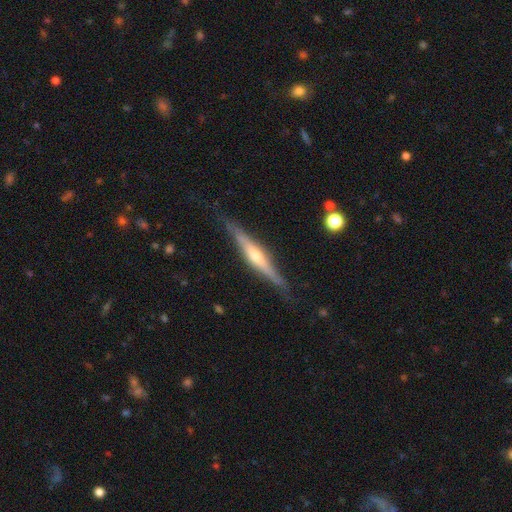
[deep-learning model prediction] The model was most divided on "smooth or featured": featured or disk: 72%, smooth: 23%, star or artifact: 6%. More confident: edge-on disk — yes (97%); merging — none (84%); edge-on bulge — rounded (74%).